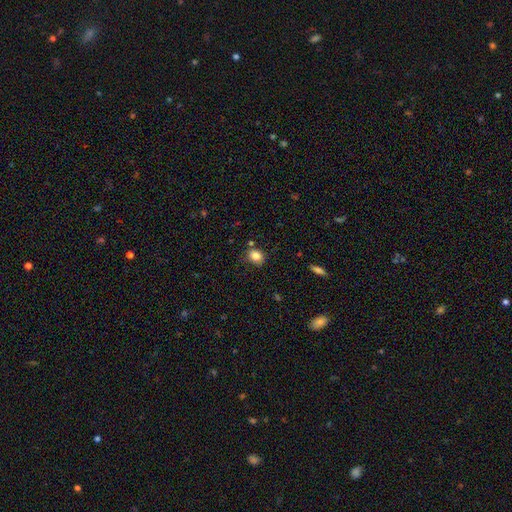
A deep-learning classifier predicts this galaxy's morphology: Smooth or featured? Predicted: smooth (p=0.84). How rounded? Predicted: round (p=0.50). Merging? Predicted: none (p=0.77).